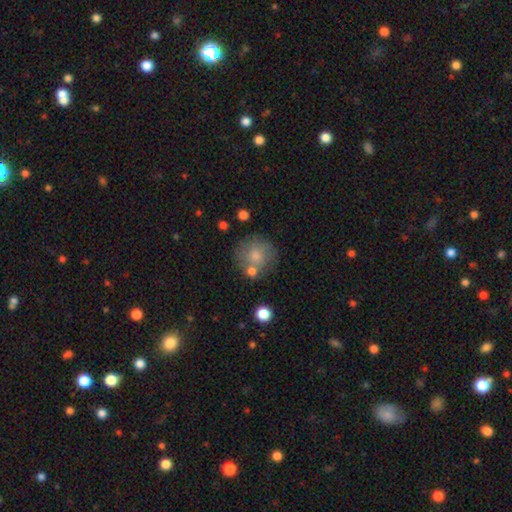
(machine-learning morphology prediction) Smooth or featured? Predicted: smooth (p=0.74). How rounded? Predicted: round (p=0.90). Merging? Predicted: none (p=0.65).